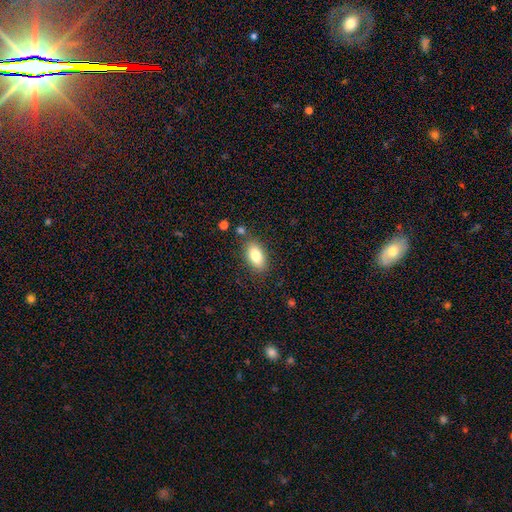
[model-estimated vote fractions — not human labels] A smooth galaxy with no disk features (81%) that is in between round and cigar-shaped (90%).

Vote fractions:
- Smooth or featured? smooth: 81% / featured or disk: 12% / star or artifact: 8%
- How rounded? in between: 90% / round: 5% / cigar-shaped: 5%
- Merging? none: 82% / minor disturbance: 12% / merger: 3% / major disturbance: 3%